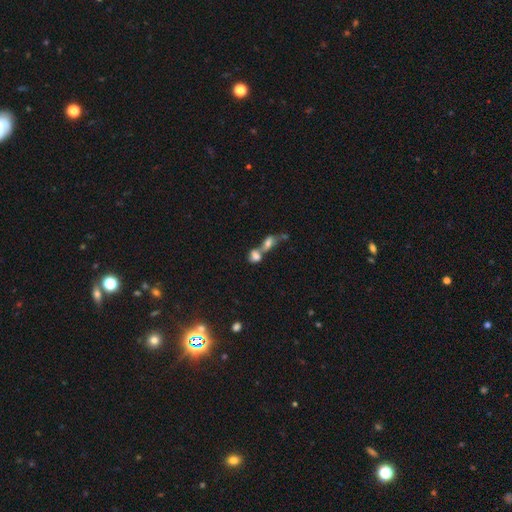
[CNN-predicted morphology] A smooth galaxy with no disk features (73%) that is in between round and cigar-shaped (61%).

Vote fractions:
- Smooth or featured? smooth: 73% / featured or disk: 15% / star or artifact: 12%
- How rounded? in between: 61% / round: 34% / cigar-shaped: 5%
- Merging? merger: 70% / none: 19% / minor disturbance: 6% / major disturbance: 5%